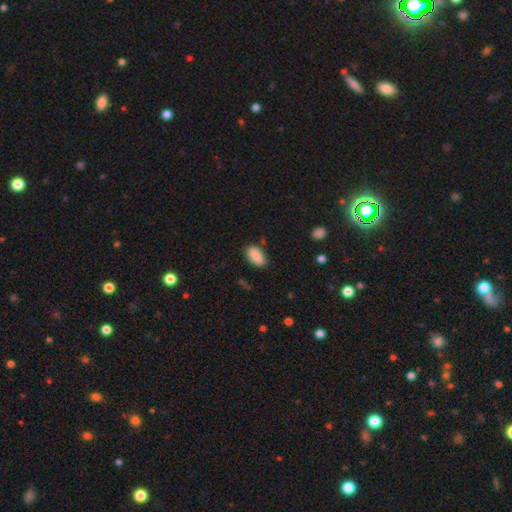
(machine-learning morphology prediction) smooth-or-featured: smooth: 86% | star or artifact: 7% | featured or disk: 7%
  how-rounded: in between: 92% | round: 4% | cigar-shaped: 3%
  merging: none: 78% | minor disturbance: 16% | major disturbance: 3% | merger: 3%